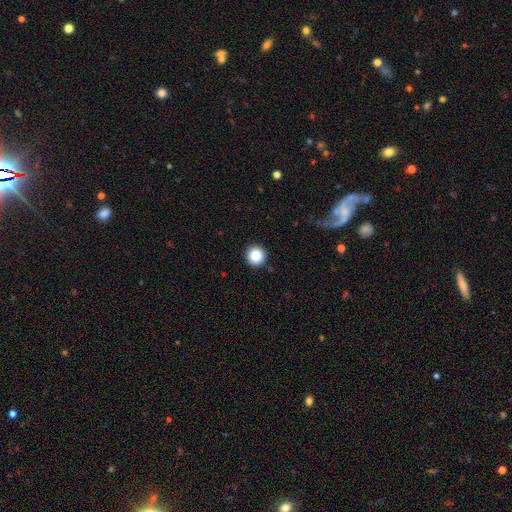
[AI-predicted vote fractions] Overall: smooth (86%). How rounded: round (96%). Merging: none (92%).